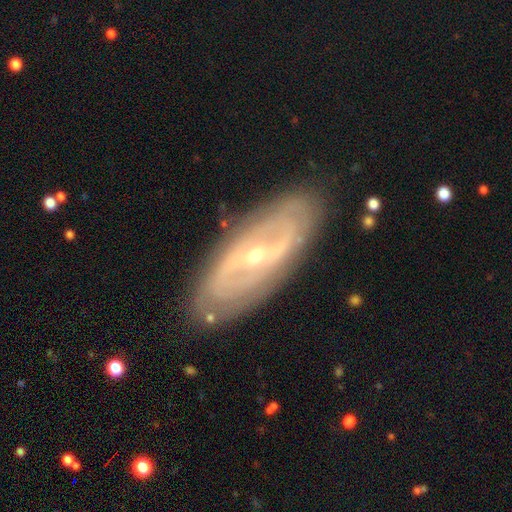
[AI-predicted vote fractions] smooth_or_featured: featured or disk (p=0.83) [alt: smooth p=0.11]
disk_edge_on: no (p=0.89) [alt: yes p=0.11]
bar: weak (p=0.38) [alt: strong p=0.35]
has_spiral_arms: yes (p=0.81) [alt: no p=0.19]
spiral_winding: tight (p=0.44) [alt: medium p=0.37]
spiral_arm_count: 2 (p=0.64) [alt: can't tell p=0.24]
bulge_size: small (p=0.64) [alt: moderate p=0.33]
merging: none (p=0.83) [alt: minor disturbance p=0.12]